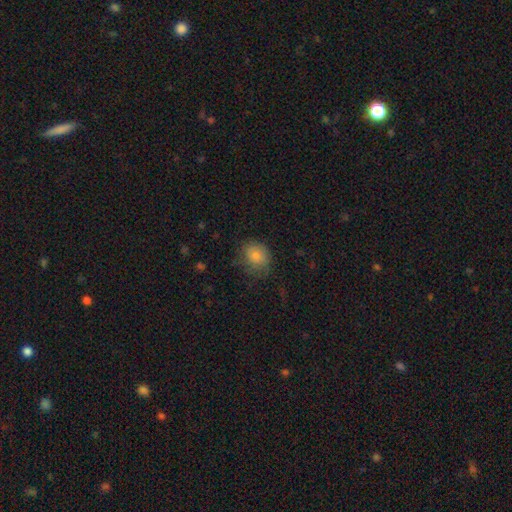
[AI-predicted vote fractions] Overall: smooth (79%). How rounded: round (68%; in between 31%). Merging: none (70%).